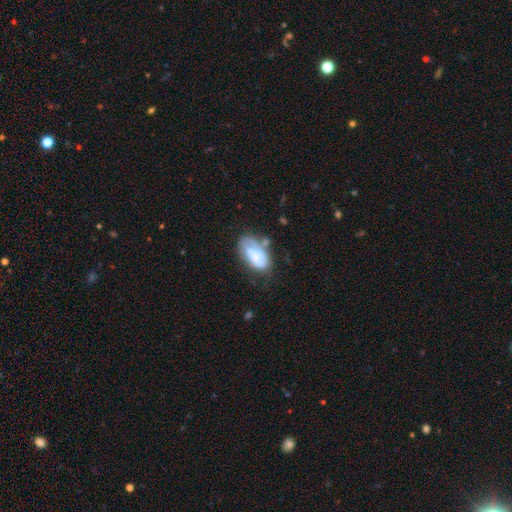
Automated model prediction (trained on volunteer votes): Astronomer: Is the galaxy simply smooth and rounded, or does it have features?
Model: smooth — 54% (runner-up: featured or disk, 39%).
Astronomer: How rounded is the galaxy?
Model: in between — 93%.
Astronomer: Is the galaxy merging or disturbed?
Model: none — 39% (runner-up: minor disturbance, 32%).